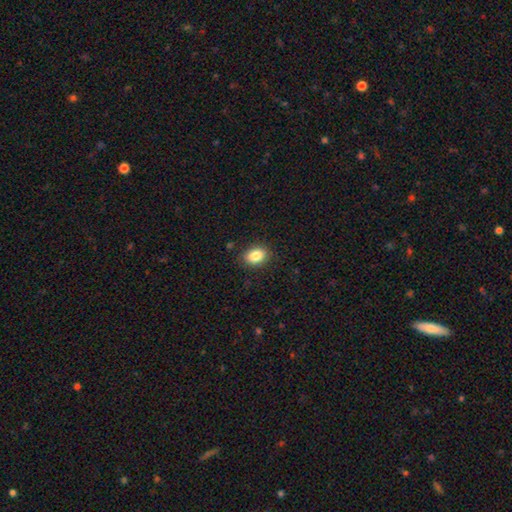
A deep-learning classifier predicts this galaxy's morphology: A smooth galaxy with no disk features (85%) that is in between round and cigar-shaped (77%).

Vote fractions:
- Smooth or featured? smooth: 85% / star or artifact: 8% / featured or disk: 6%
- How rounded? in between: 77% / round: 22% / cigar-shaped: 1%
- Merging? none: 87% / minor disturbance: 9% / major disturbance: 2% / merger: 1%